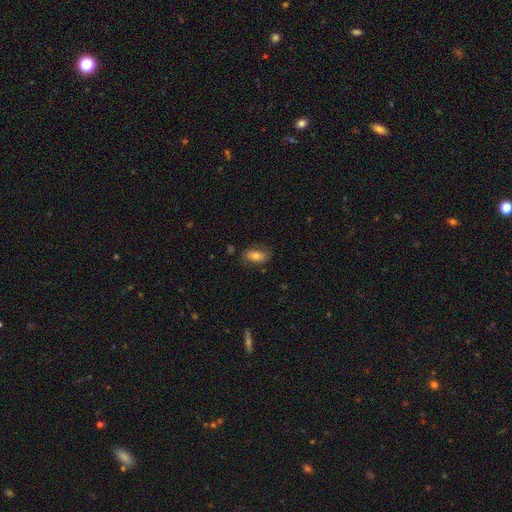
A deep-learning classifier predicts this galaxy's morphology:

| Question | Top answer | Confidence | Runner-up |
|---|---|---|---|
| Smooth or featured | smooth | 71% | featured or disk (21%) |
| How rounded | in between | 88% | cigar-shaped (7%) |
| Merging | none | 73% | minor disturbance (19%) |